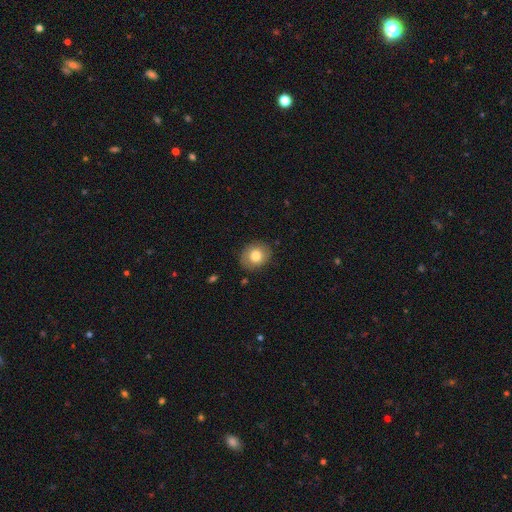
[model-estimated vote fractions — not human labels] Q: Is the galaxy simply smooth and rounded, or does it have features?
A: smooth — 79%.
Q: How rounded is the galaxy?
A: round — 66%.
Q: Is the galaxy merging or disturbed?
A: none — 86%.